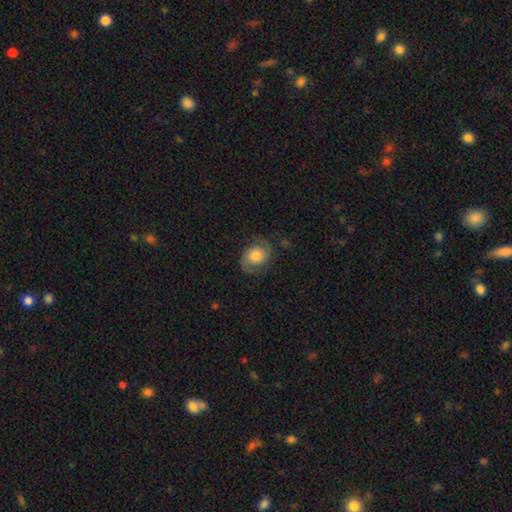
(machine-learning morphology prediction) Overall: featured or disk (66%). Edge-on disk: no (98%). Bar: no (74%). Spiral arms: yes (93%). Spiral arm count: 2 (91%). Spiral winding: medium (48%; loose 28%). Bulge size: large (41%; moderate 35%). Merging: none (74%).